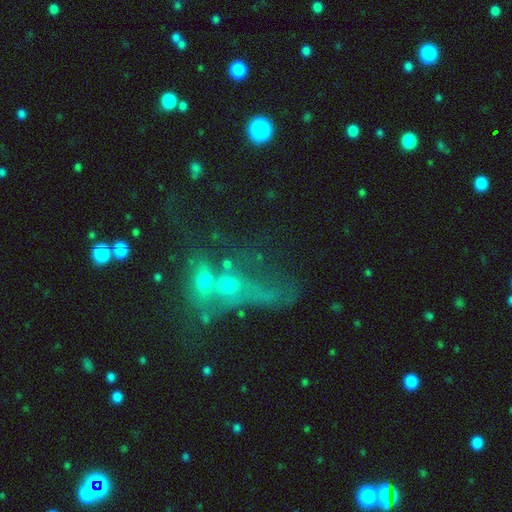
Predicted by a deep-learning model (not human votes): This is marginally a star or artifact rather than a galaxy (35%).